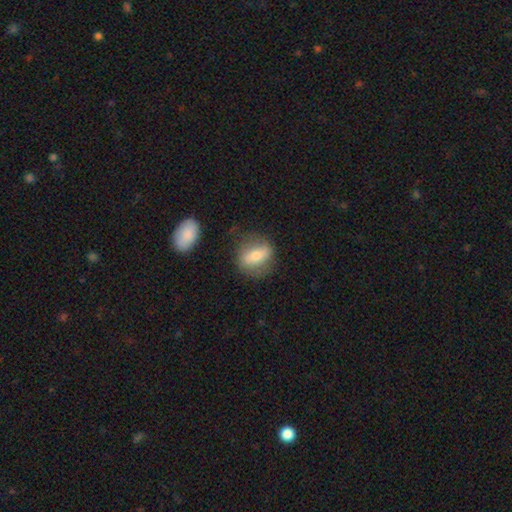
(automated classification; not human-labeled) Smooth or featured?
  - smooth: 61% *
  - featured or disk: 32%
  - star or artifact: 7%
How rounded?
  - in between: 66% *
  - round: 27%
  - cigar-shaped: 7%
Merging?
  - none: 73% *
  - minor disturbance: 17%
  - major disturbance: 7%
  - merger: 3%